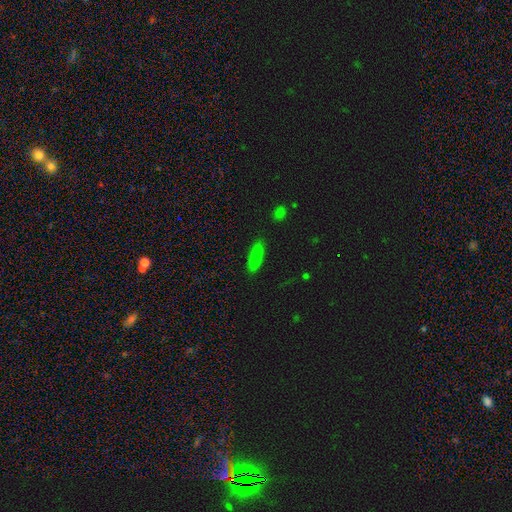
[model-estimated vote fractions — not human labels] Overall: smooth (77%). How rounded: in between (67%; cigar-shaped 30%). Merging: none (84%).